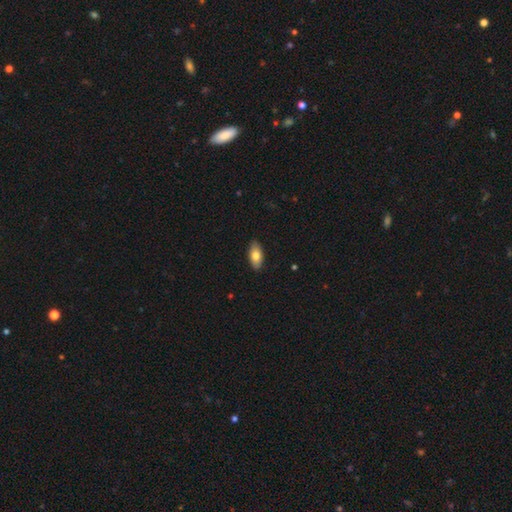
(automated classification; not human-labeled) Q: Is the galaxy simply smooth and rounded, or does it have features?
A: smooth — 77%.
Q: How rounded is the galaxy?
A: in between — 90%.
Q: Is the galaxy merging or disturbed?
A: none — 89%.